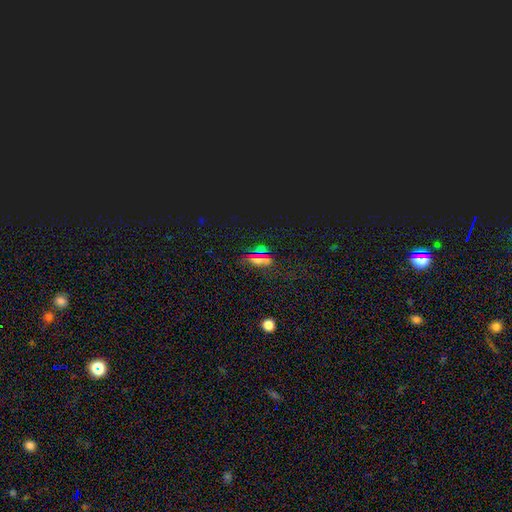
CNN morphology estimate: Smooth or featured? star or artifact (49%)